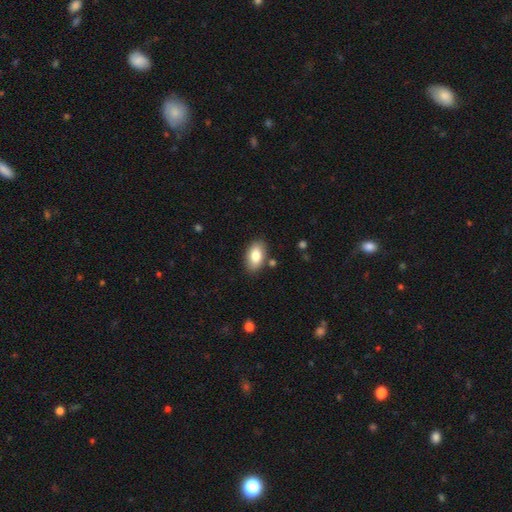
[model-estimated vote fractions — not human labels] Overall: smooth (82%). How rounded: in between (92%). Merging: none (84%).